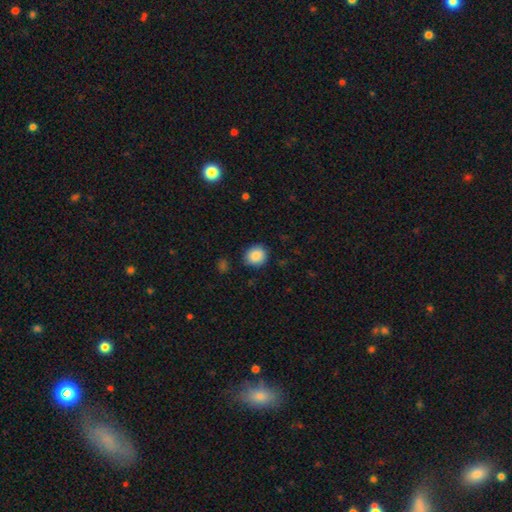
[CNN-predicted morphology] smooth_or_featured: smooth (p=0.87) [alt: star or artifact p=0.08]
how_rounded: round (p=0.81) [alt: in between p=0.18]
merging: none (p=0.86) [alt: minor disturbance p=0.10]